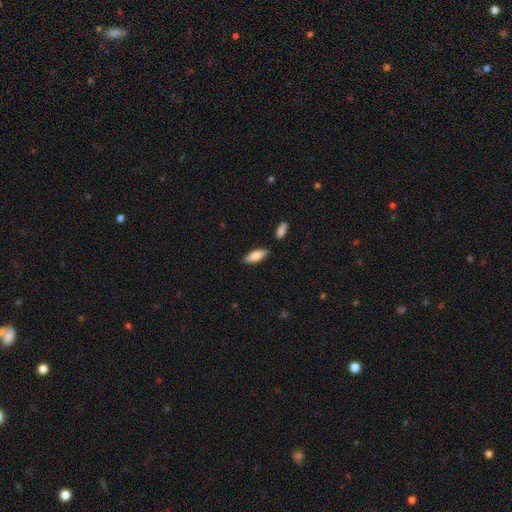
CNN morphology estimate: smooth 79%, featured or disk 16%, star or artifact 6%. Down the decision tree: how rounded — in between (70%); merging — none (84%).